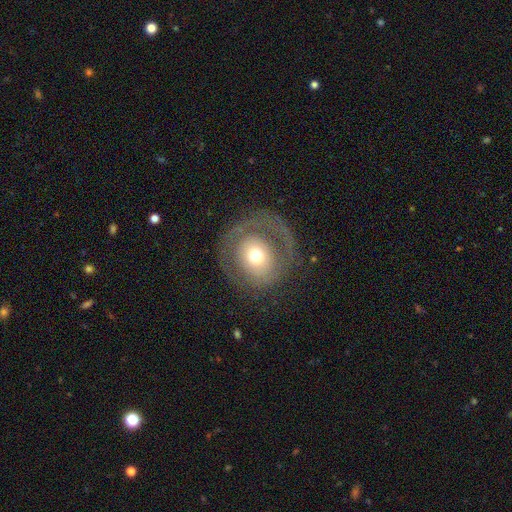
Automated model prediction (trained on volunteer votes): smooth_or_featured: featured or disk (p=0.47) [alt: smooth p=0.44]
merging: none (p=0.64) [alt: major disturbance p=0.20]